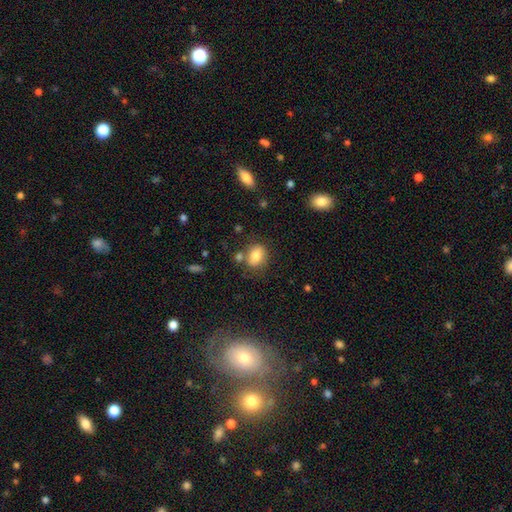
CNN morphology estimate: Smooth or featured?
  - smooth: 79% *
  - featured or disk: 12%
  - star or artifact: 9%
How rounded?
  - in between: 59% *
  - round: 39%
  - cigar-shaped: 1%
Merging?
  - none: 68% *
  - minor disturbance: 15%
  - merger: 12%
  - major disturbance: 5%